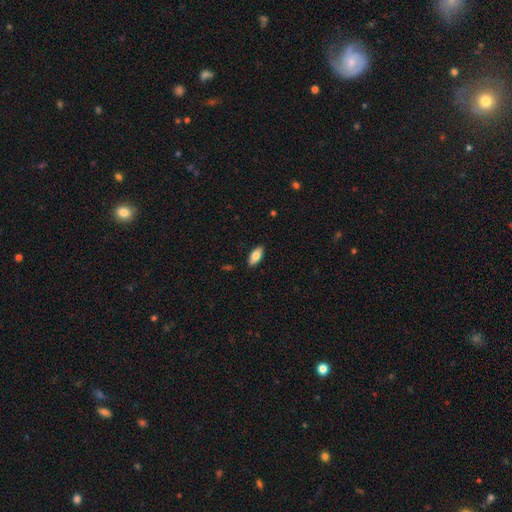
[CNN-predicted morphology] smooth 78%, featured or disk 16%, star or artifact 6%. Down the decision tree: how rounded — in between (89%); merging — none (88%).